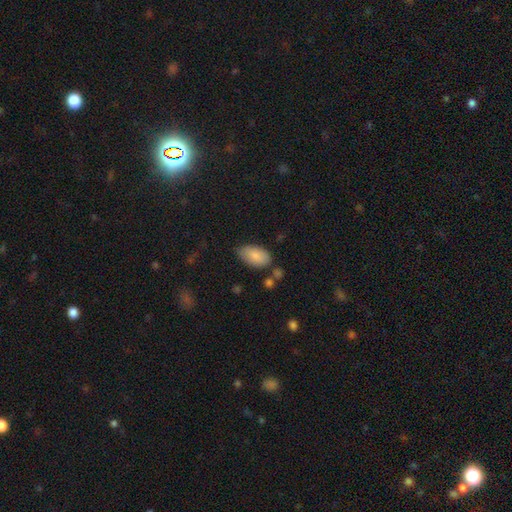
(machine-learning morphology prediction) Smooth or featured? Predicted: smooth (p=0.84). How rounded? Predicted: in between (p=0.94). Merging? Predicted: none (p=0.67).